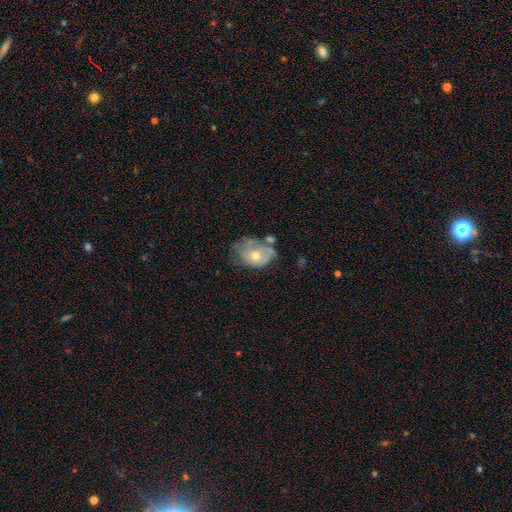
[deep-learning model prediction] Smooth or featured?
  - featured or disk: 52% *
  - smooth: 40%
  - star or artifact: 8%
Edge-on disk?
  - no: 95% *
  - yes: 5%
Merging?
  - none: 33% *
  - minor disturbance: 31%
  - major disturbance: 22%
  - merger: 14%